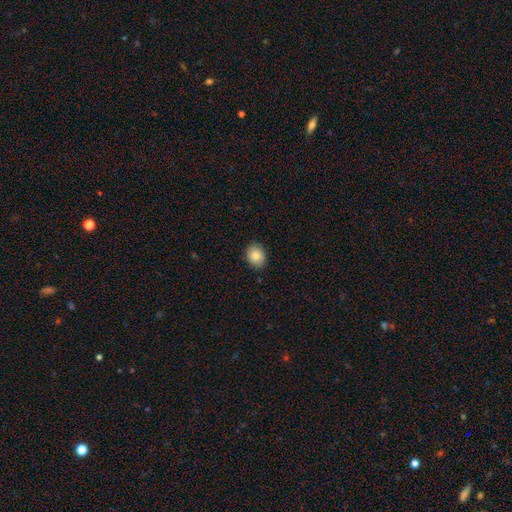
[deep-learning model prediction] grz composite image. It shows a smooth galaxy with no disk features (86%) that is in between round and cigar-shaped (53%). Merging: none (87%).